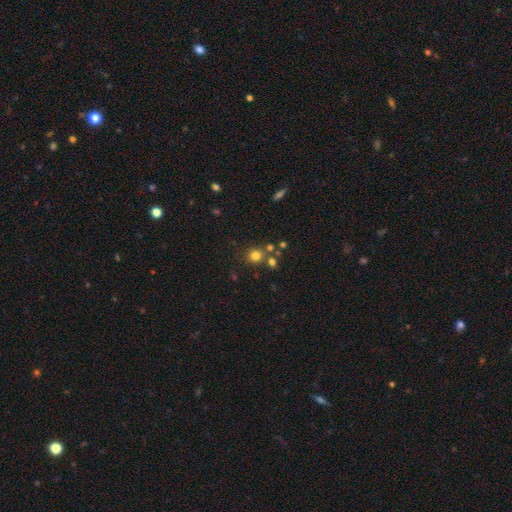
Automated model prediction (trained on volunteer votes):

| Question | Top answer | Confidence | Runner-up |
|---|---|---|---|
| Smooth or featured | smooth | 76% | star or artifact (16%) |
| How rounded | round | 84% | in between (15%) |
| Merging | none | 72% | merger (15%) |